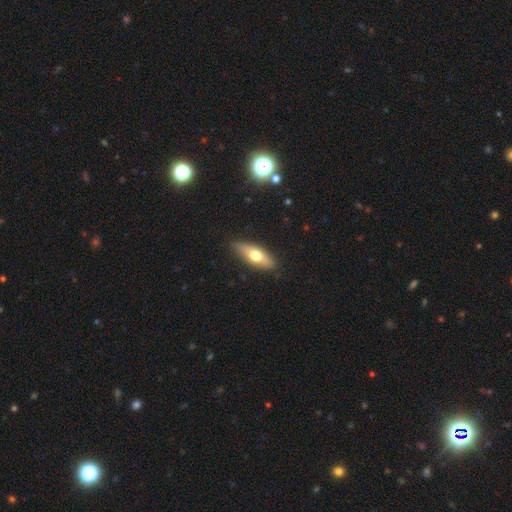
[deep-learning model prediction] Overall: smooth (61%; featured or disk 33%). How rounded: in between (63%; cigar-shaped 34%). Merging: none (84%).